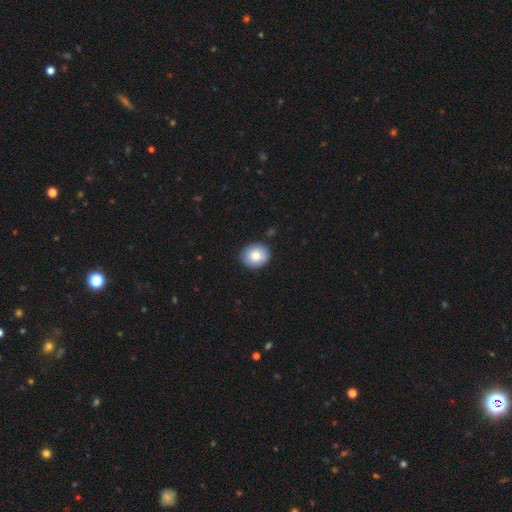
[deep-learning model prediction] Smooth or featured?
  - smooth: 78% *
  - featured or disk: 14%
  - star or artifact: 8%
How rounded?
  - round: 66% *
  - in between: 33%
  - cigar-shaped: 1%
Merging?
  - none: 89% *
  - minor disturbance: 8%
  - major disturbance: 2%
  - merger: 1%